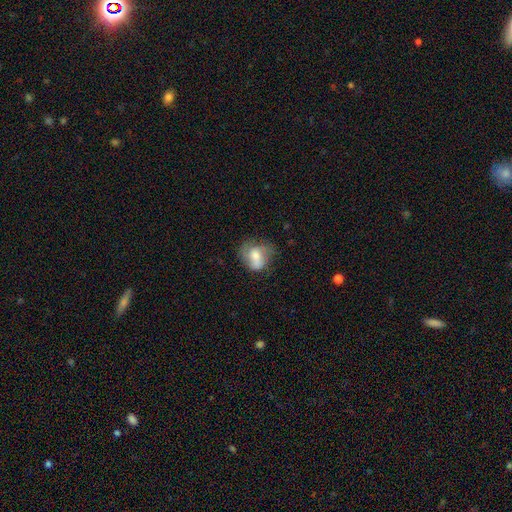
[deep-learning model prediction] This is possibly a smooth galaxy (51%). How rounded: possibly in between (54%). Merging: marginally none (43%).